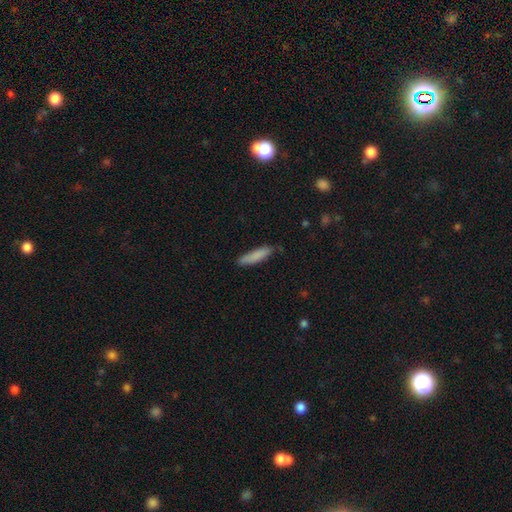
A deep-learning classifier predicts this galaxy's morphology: A smooth galaxy with no disk features (85%) that is cigar-shaped (77%). Merging: none (80%).